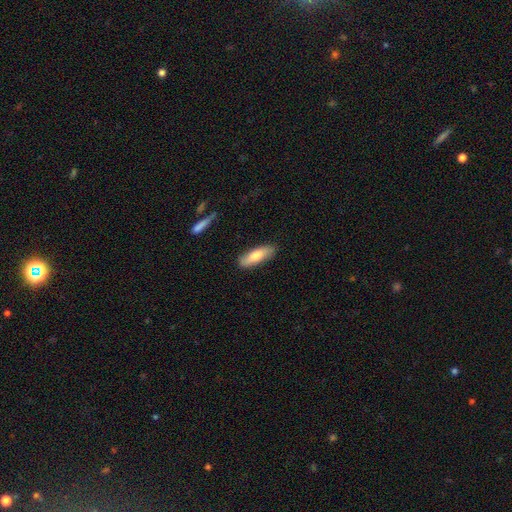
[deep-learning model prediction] This appears to be a smooth galaxy with no disk features (74%) that is in between round and cigar-shaped (59%). Merging: none (84%).